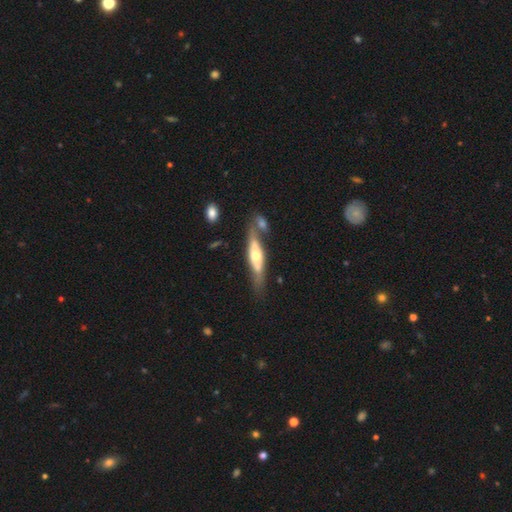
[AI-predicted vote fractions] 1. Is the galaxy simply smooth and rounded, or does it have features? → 58% featured or disk, 36% smooth, 5% star or artifact.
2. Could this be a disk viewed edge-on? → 66% yes, 34% no.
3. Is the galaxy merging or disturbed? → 54% none, 19% merger, 19% minor disturbance, 8% major disturbance.